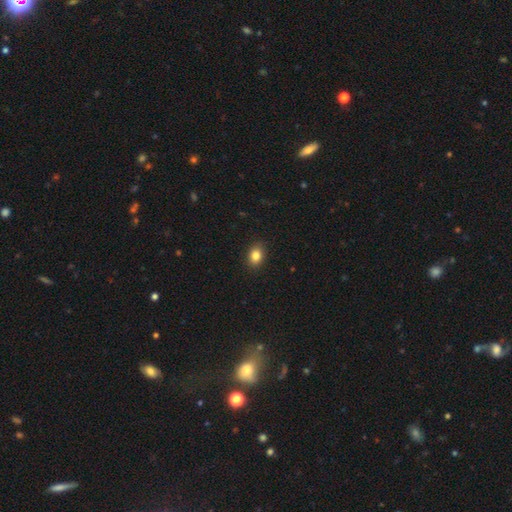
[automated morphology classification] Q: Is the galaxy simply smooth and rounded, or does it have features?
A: smooth — 84%.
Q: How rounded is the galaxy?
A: in between — 67%.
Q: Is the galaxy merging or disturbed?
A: none — 89%.